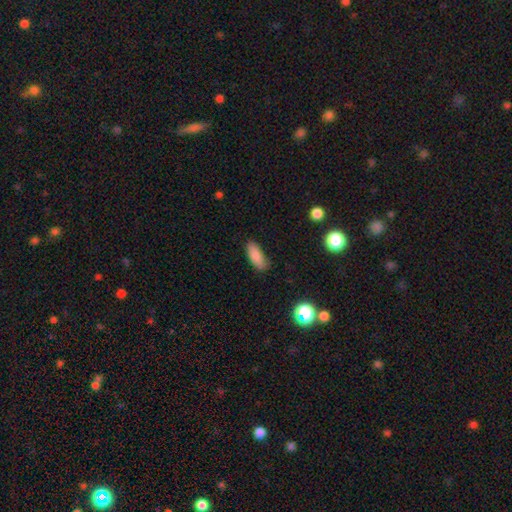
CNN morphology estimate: This appears to be a smooth galaxy with no disk features (86%) that is in between round and cigar-shaped (77%). Merging: none (80%).